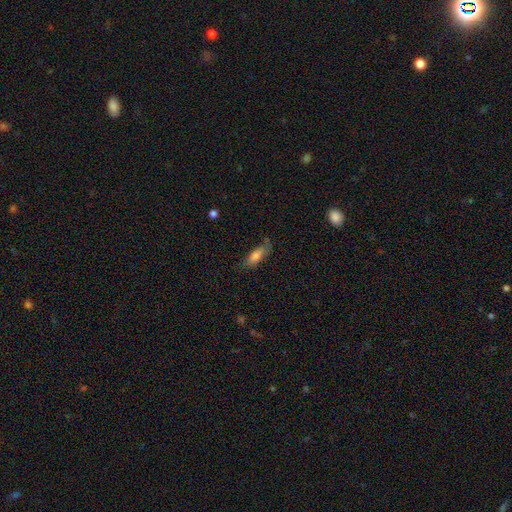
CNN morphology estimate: Smooth or featured? Predicted: smooth (p=0.68). How rounded? Predicted: in between (p=0.67). Merging? Predicted: none (p=0.59).